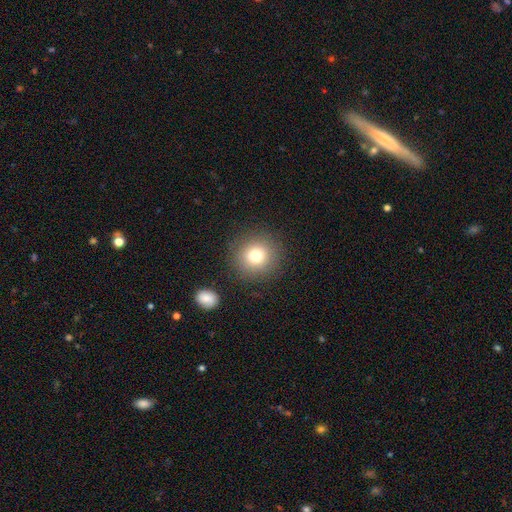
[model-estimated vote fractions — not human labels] Smooth or featured?
  - smooth: 77% *
  - star or artifact: 13%
  - featured or disk: 10%
How rounded?
  - round: 93% *
  - in between: 6%
  - cigar-shaped: 1%
Merging?
  - none: 87% *
  - minor disturbance: 7%
  - major disturbance: 3%
  - merger: 2%